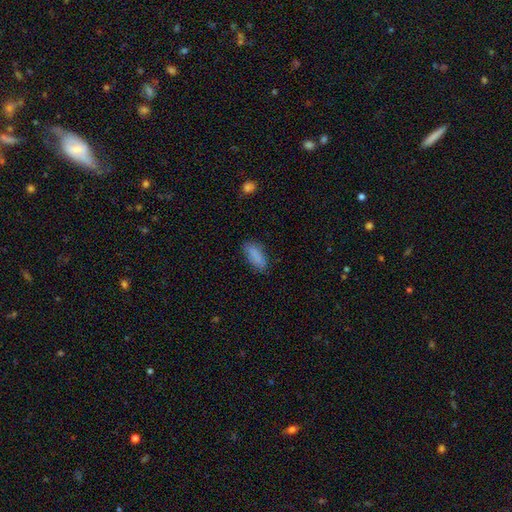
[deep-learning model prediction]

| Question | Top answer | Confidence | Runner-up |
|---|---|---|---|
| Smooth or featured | smooth | 85% | star or artifact (8%) |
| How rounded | in between | 79% | cigar-shaped (19%) |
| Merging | none | 76% | minor disturbance (18%) |